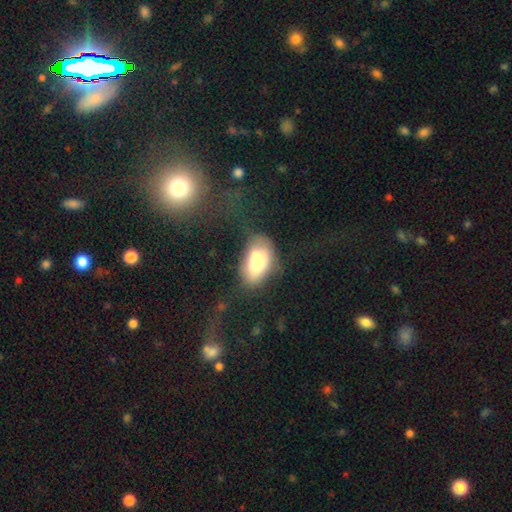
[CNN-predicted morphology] Smooth or featured: smooth — 70% (featured or disk — 22%)
How rounded: in between — 90% (round — 8%)
Merging: none — 41% (minor disturbance — 26%)